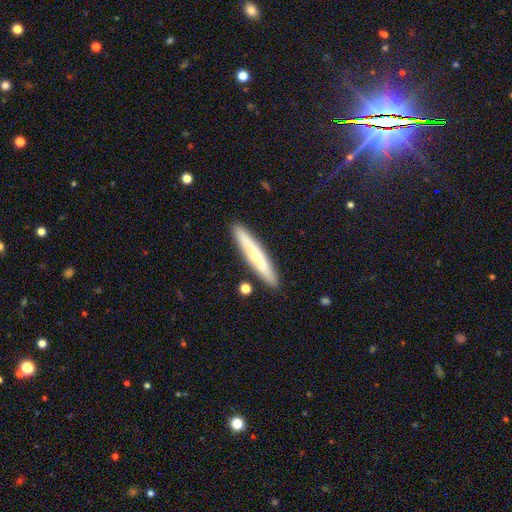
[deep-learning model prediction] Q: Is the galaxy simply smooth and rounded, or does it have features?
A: smooth — 56%.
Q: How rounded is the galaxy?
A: cigar-shaped — 94%.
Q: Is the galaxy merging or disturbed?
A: none — 89%.